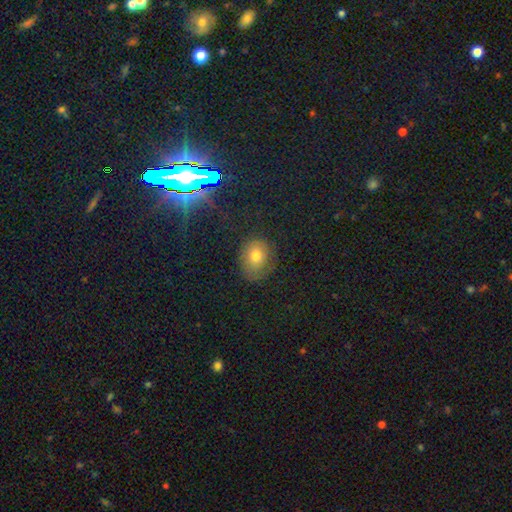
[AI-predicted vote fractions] The model was most divided on "how rounded": round: 59%, in between: 39%, cigar-shaped: 1%. More confident: merging — none (73%); smooth or featured — smooth (67%).